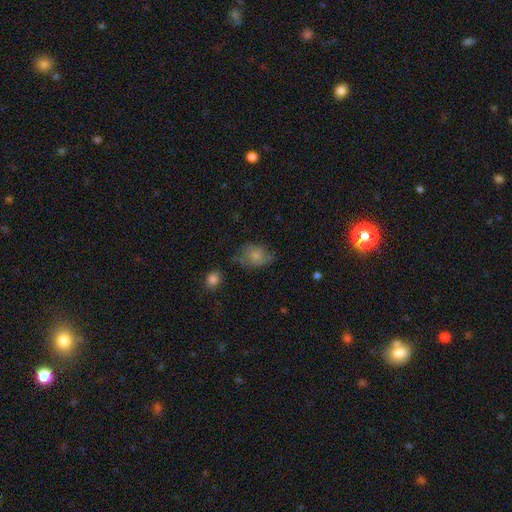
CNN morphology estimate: Smooth or featured? smooth (74%)
How rounded? in between (65%)
Merging? none (47%)